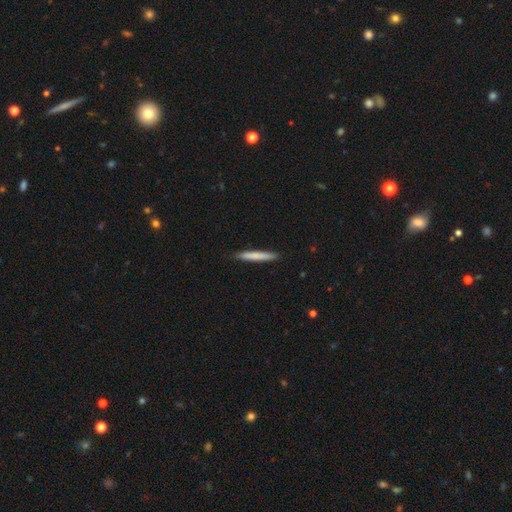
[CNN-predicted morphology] A smooth galaxy with no disk features (75%) that is cigar-shaped (95%).

Vote fractions:
- Smooth or featured? smooth: 75% / featured or disk: 20% / star or artifact: 5%
- How rounded? cigar-shaped: 95% / in between: 3% / round: 1%
- Merging? none: 89% / minor disturbance: 8% / major disturbance: 1% / merger: 1%